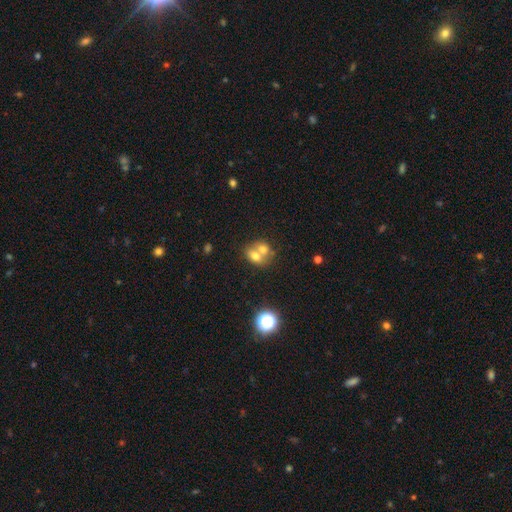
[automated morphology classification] A smooth galaxy with no disk features (66%) that is in between round and cigar-shaped (52%). Merging: merger (68%).